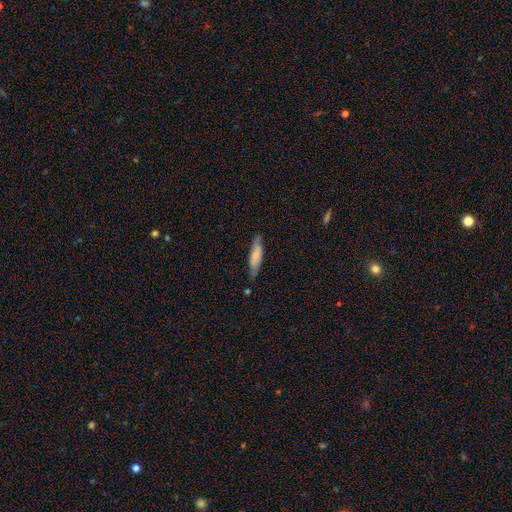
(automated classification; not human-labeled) Smooth or featured? Predicted: smooth (p=0.62). How rounded? Predicted: cigar-shaped (p=0.63). Merging? Predicted: none (p=0.74).